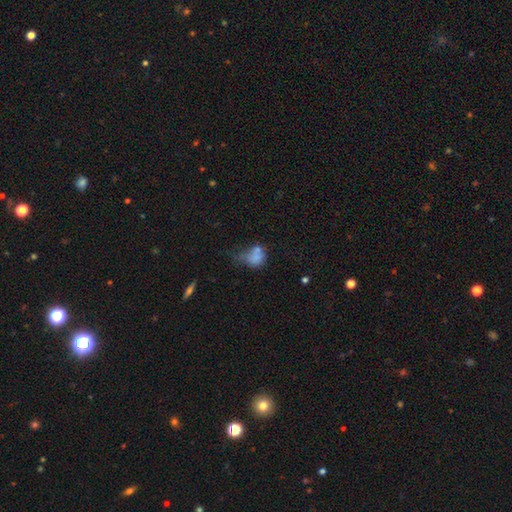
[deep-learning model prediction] Overall: smooth (67%). How rounded: in between (61%; round 37%). Merging: major disturbance (31%; minor disturbance 24%).